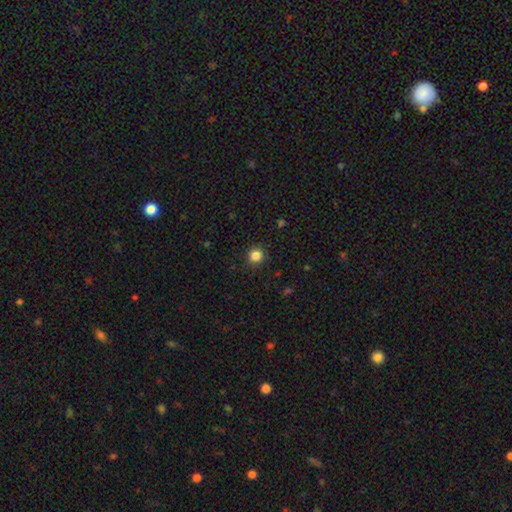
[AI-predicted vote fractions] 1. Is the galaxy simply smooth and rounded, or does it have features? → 85% smooth, 12% star or artifact, 4% featured or disk.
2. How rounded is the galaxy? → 93% round, 6% in between, 1% cigar-shaped.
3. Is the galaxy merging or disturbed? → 90% none, 7% minor disturbance, 2% major disturbance, 1% merger.